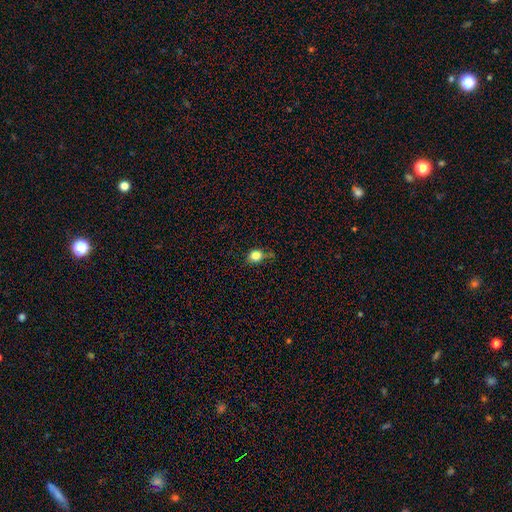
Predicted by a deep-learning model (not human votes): The model was most divided on "merging": none: 62%, minor disturbance: 27%, major disturbance: 7%, merger: 4%. More confident: smooth or featured — smooth (82%); how rounded — round (70%).